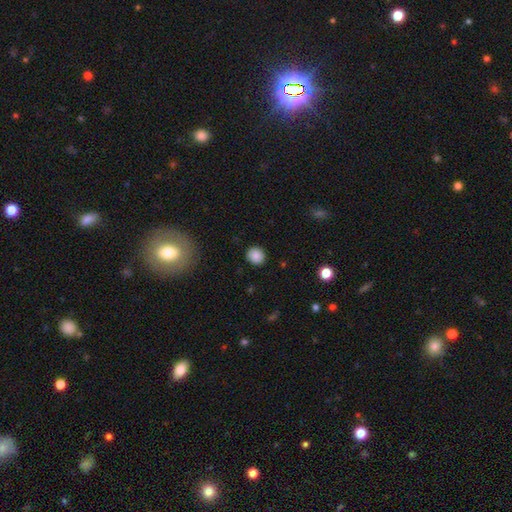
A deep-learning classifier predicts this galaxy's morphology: smooth 86%, star or artifact 9%, featured or disk 4%. Down the decision tree: how rounded — round (86%); merging — none (90%).